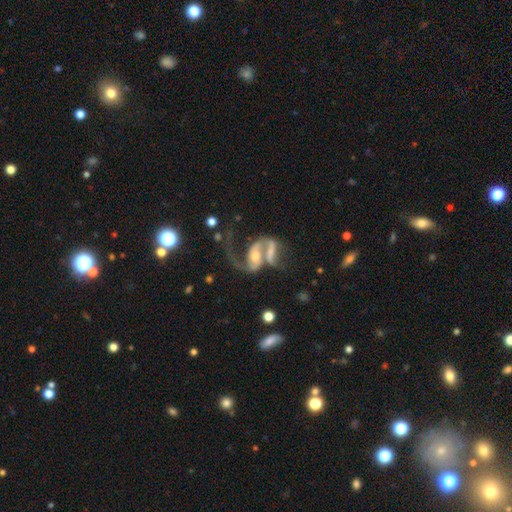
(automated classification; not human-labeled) Smooth or featured?
  - featured or disk: 77% *
  - smooth: 14%
  - star or artifact: 9%
Edge-on disk?
  - no: 95% *
  - yes: 5%
Bar?
  - no: 43% *
  - weak: 34%
  - strong: 23%
Spiral arms?
  - yes: 85% *
  - no: 15%
Spiral winding?
  - loose: 60% *
  - medium: 30%
  - tight: 9%
Spiral arm count?
  - 2: 56% *
  - 1: 35%
  - can't tell: 6%
  - 3: 1%
  - 4: 1%
  - more than 4: 1%
Bulge size?
  - moderate: 48% *
  - small: 36%
  - none: 8%
  - large: 7%
  - dominant: 2%
Merging?
  - merger: 54% *
  - major disturbance: 22%
  - none: 17%
  - minor disturbance: 7%